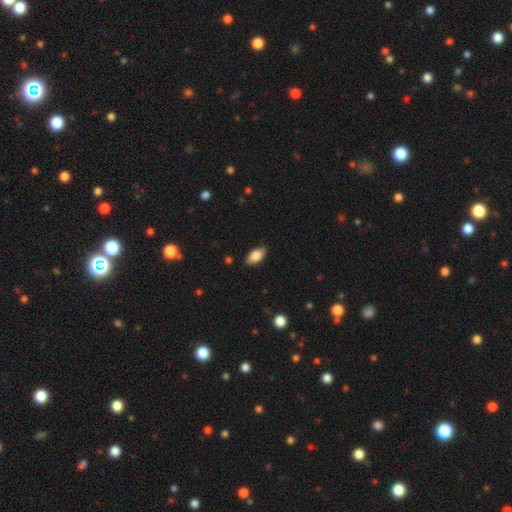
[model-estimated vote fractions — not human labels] smooth-or-featured: smooth: 85% | featured or disk: 8% | star or artifact: 7%
  how-rounded: in between: 93% | cigar-shaped: 5% | round: 2%
  merging: none: 88% | minor disturbance: 9% | major disturbance: 2% | merger: 1%